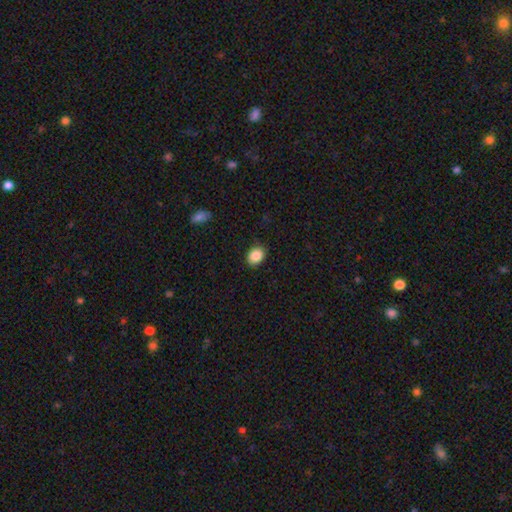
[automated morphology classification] Overall: smooth (87%). How rounded: in between (58%; round 41%). Merging: none (87%).